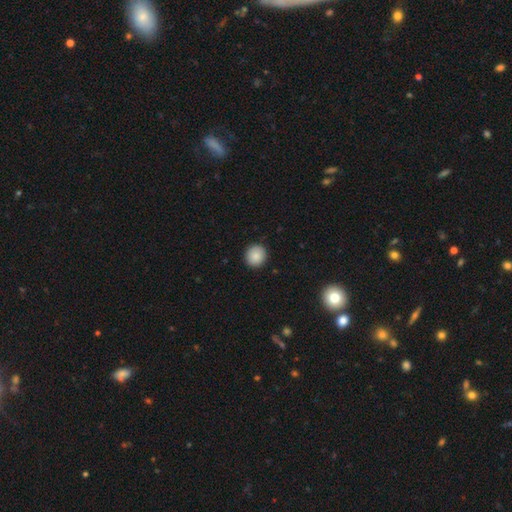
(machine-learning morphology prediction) smooth-or-featured: smooth: 88% | star or artifact: 8% | featured or disk: 4%
  how-rounded: round: 92% | in between: 7% | cigar-shaped: 1%
  merging: none: 92% | minor disturbance: 5% | major disturbance: 2% | merger: 1%